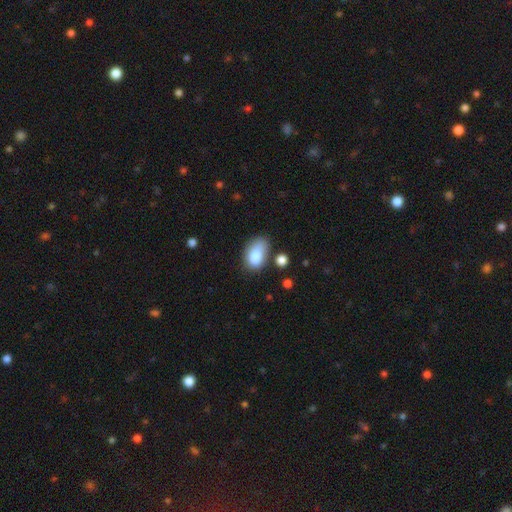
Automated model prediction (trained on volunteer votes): A smooth galaxy with no disk features (82%) that is in between round and cigar-shaped (89%). Merging: none (52%).